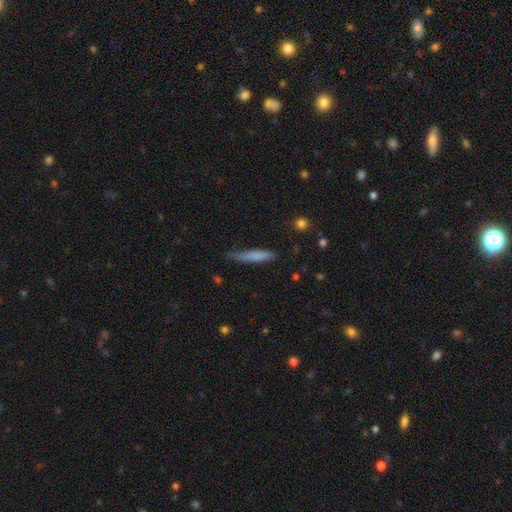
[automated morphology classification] Q: Smooth or featured?
A: smooth (77%); runner-up: featured or disk (17%)
Q: How rounded?
A: cigar-shaped (90%); runner-up: in between (9%)
Q: Merging?
A: none (63%); runner-up: minor disturbance (28%)